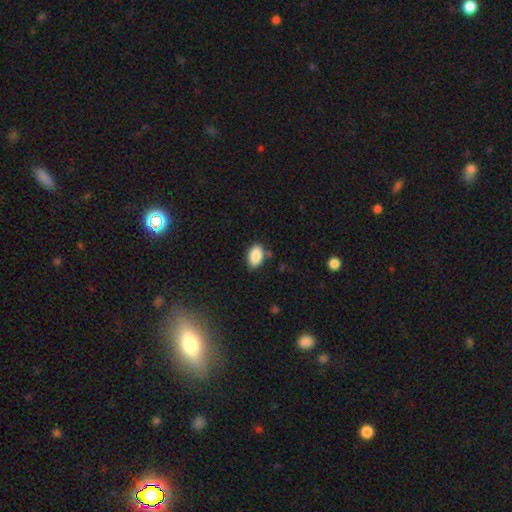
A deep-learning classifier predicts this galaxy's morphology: Overall: smooth (89%). How rounded: in between (92%). Merging: none (80%).